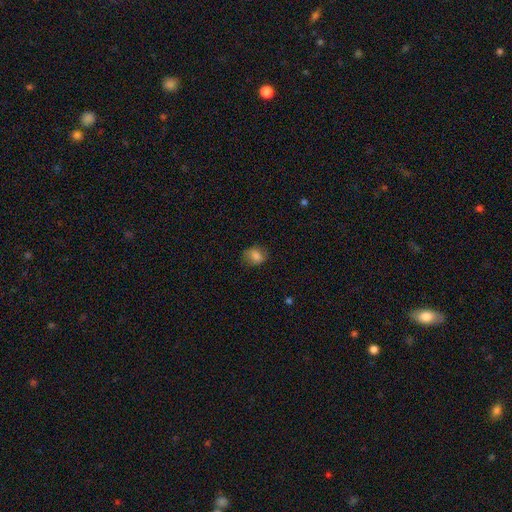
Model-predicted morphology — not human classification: Smooth or featured? smooth (78%)
How rounded? in between (54%)
Merging? none (73%)